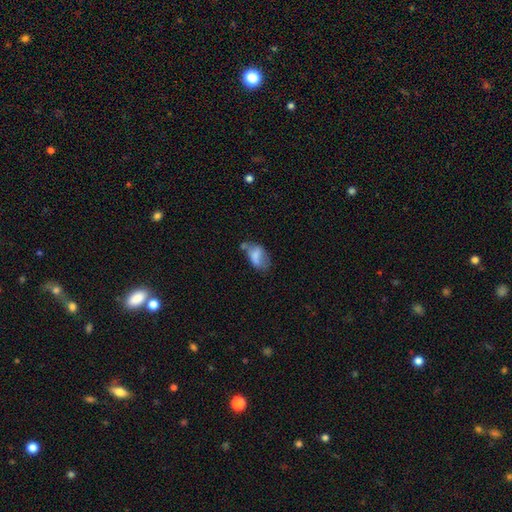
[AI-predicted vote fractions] A smooth galaxy with no disk features (65%) that is in between round and cigar-shaped (89%).

Vote fractions:
- Smooth or featured? smooth: 65% / featured or disk: 25% / star or artifact: 9%
- How rounded? in between: 89% / round: 9% / cigar-shaped: 3%
- Merging? minor disturbance: 30% (tied) / none: 30% (tied) / major disturbance: 22% / merger: 19%